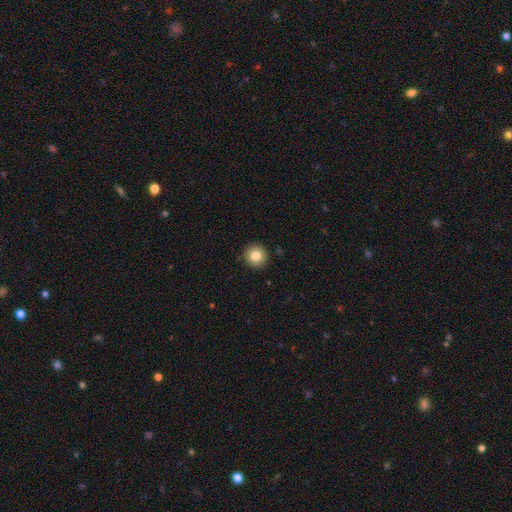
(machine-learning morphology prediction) A smooth galaxy with no disk features (83%) that is round (94%). Merging: none (92%).